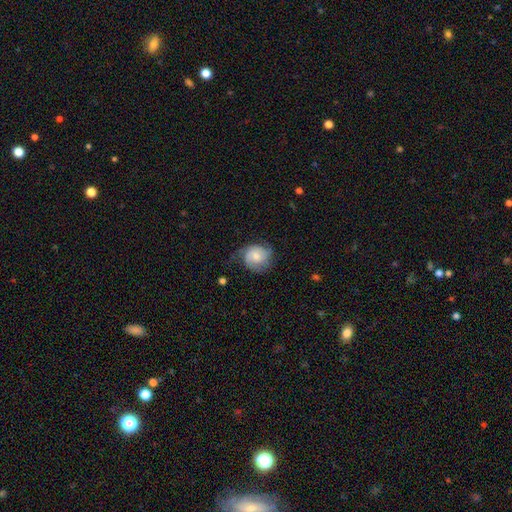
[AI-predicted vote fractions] Overall: featured or disk (49%; smooth 44%). Merging: none (52%; minor disturbance 30%).